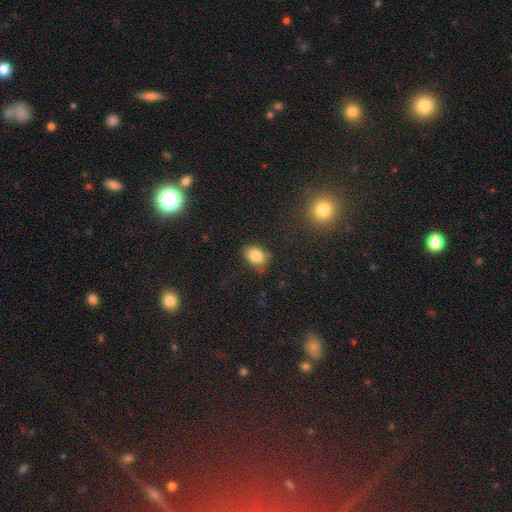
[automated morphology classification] type=smooth (83%); roundness=in between (71%); merging=none (70%).